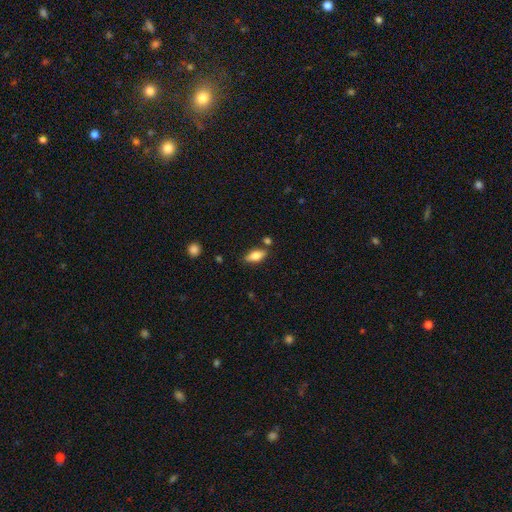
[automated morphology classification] Q: Smooth or featured?
A: smooth (79%); runner-up: featured or disk (13%)
Q: How rounded?
A: in between (86%); runner-up: cigar-shaped (11%)
Q: Merging?
A: none (78%); runner-up: minor disturbance (13%)